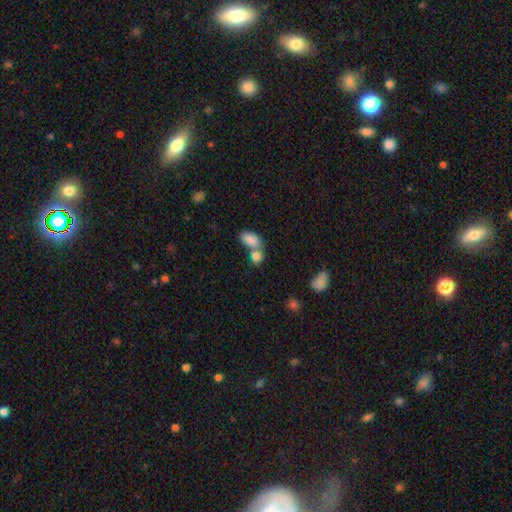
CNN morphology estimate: Smooth or featured: smooth — 84% (star or artifact — 8%)
How rounded: in between — 85% (round — 13%)
Merging: merger — 55% (none — 32%)